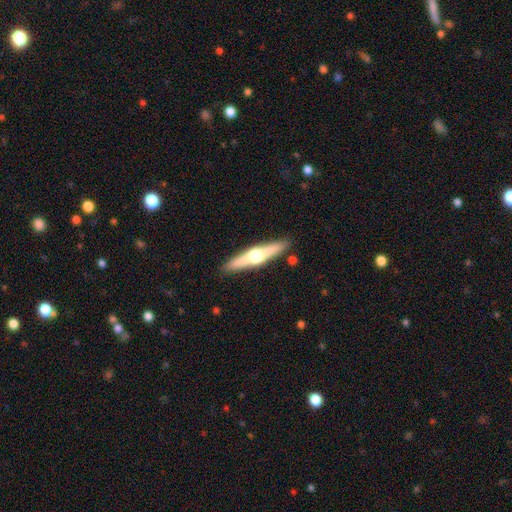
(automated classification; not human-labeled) Q: Smooth or featured?
A: featured or disk (68%); runner-up: smooth (27%)
Q: Edge-on disk?
A: yes (97%); runner-up: no (3%)
Q: Edge-on bulge?
A: rounded (94%); runner-up: boxy (4%)
Q: Merging?
A: none (89%); runner-up: minor disturbance (8%)